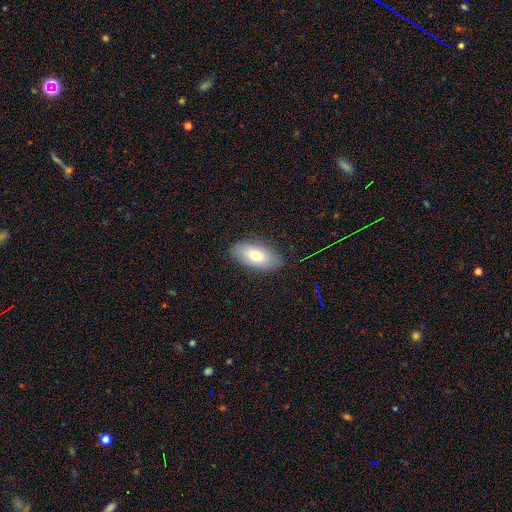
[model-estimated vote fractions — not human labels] smooth-or-featured: smooth: 77% | featured or disk: 16% | star or artifact: 7%
  how-rounded: in between: 89% | cigar-shaped: 8% | round: 3%
  merging: none: 84% | minor disturbance: 12% | major disturbance: 3% | merger: 1%